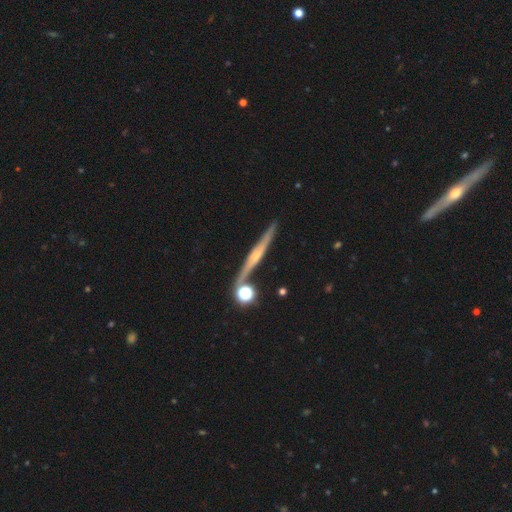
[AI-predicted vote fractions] Smooth or featured: featured or disk — 77% (smooth — 15%)
Edge-on disk: yes — 96% (no — 4%)
Edge-on bulge: rounded — 75% (none — 16%)
Merging: none — 80% (minor disturbance — 10%)